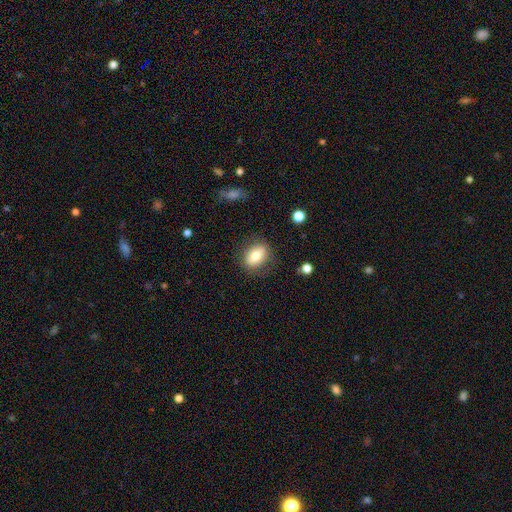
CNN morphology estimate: Smooth or featured? Predicted: smooth (p=0.75). How rounded? Predicted: in between (p=0.75). Merging? Predicted: none (p=0.80).